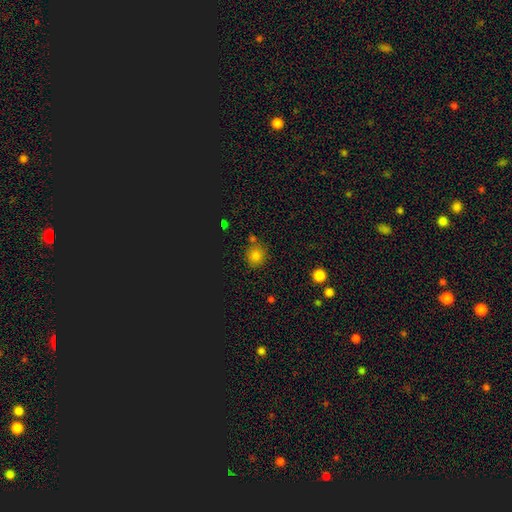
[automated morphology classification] This is likely a smooth galaxy (77%). How rounded: clearly round (85%). Merging: likely none (76%).